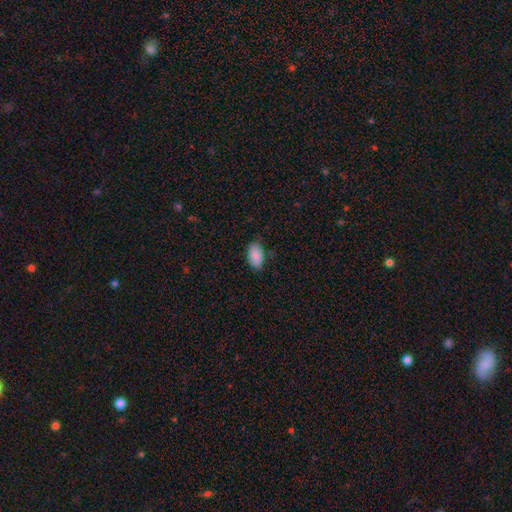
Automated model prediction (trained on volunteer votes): The model was most divided on "merging": none: 78%, minor disturbance: 17%, major disturbance: 3%, merger: 1%. More confident: how rounded — in between (94%); smooth or featured — smooth (88%).